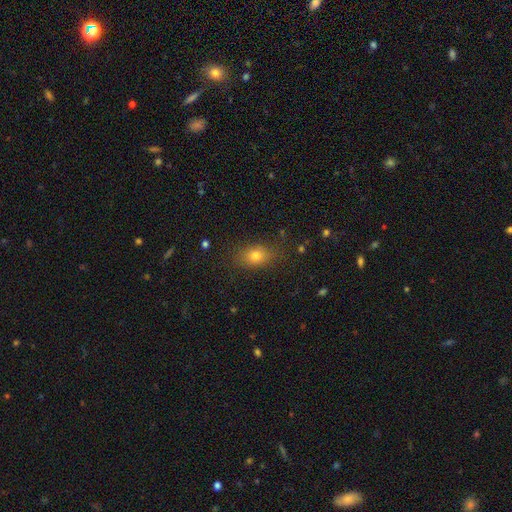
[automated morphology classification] Smooth or featured? Predicted: smooth (p=0.75). How rounded? Predicted: in between (p=0.69). Merging? Predicted: none (p=0.81).